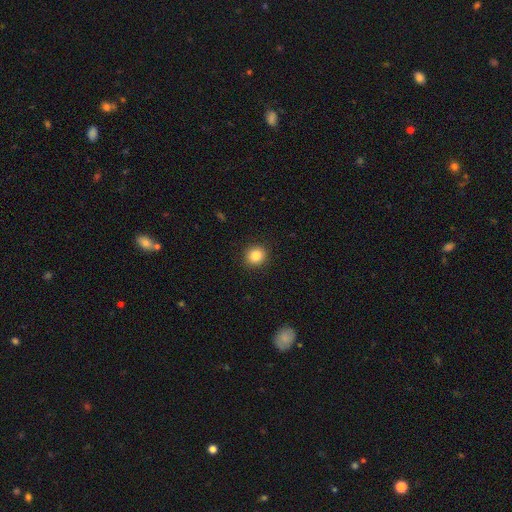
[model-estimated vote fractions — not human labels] Smooth or featured: smooth — 84% (star or artifact — 10%)
How rounded: round — 87% (in between — 12%)
Merging: none — 91% (minor disturbance — 6%)